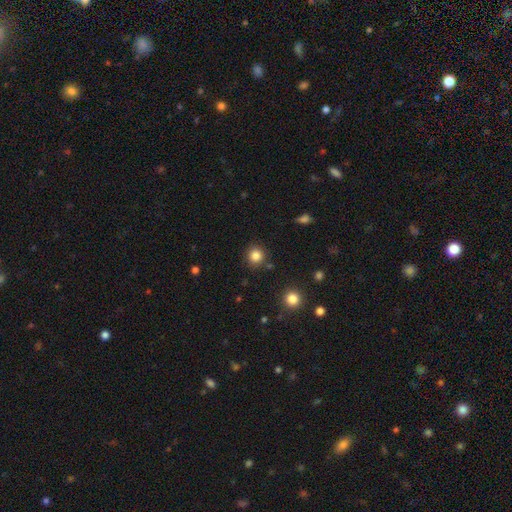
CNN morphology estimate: Smooth or featured?
  - smooth: 83% *
  - star or artifact: 12%
  - featured or disk: 5%
How rounded?
  - round: 92% *
  - in between: 7%
  - cigar-shaped: 1%
Merging?
  - none: 87% *
  - minor disturbance: 7%
  - merger: 3%
  - major disturbance: 2%